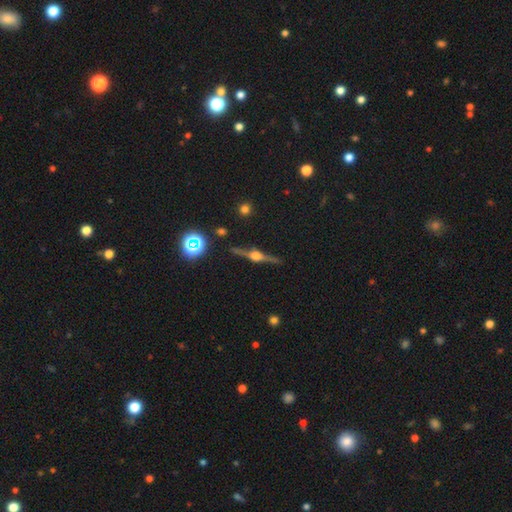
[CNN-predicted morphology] Smooth or featured? Predicted: featured or disk (p=0.83). Edge-on disk? Predicted: yes (p=0.98). Edge-on bulge? Predicted: rounded (p=0.93). Merging? Predicted: none (p=0.88).